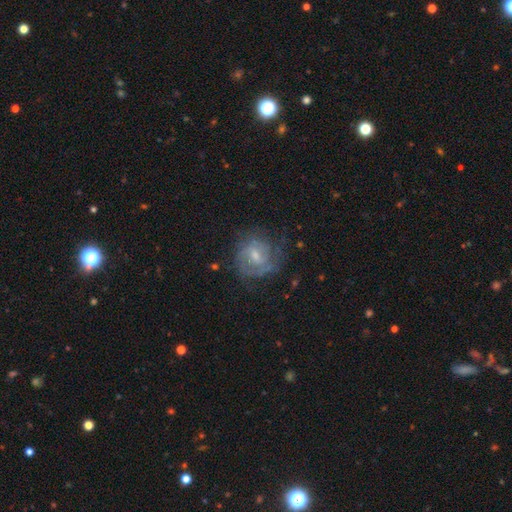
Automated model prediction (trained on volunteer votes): Morphology: type=featured or disk (66%); edge-on=no (97%); bar=weak (56%); spiral arms=yes (77%); bulge=moderate (46%); merging=none (61%).